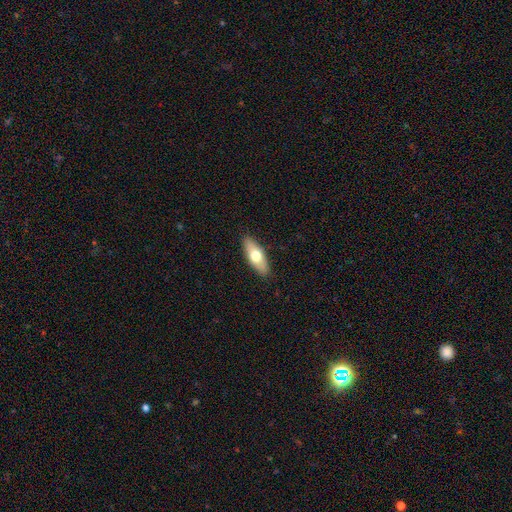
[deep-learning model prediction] Morphology: type=smooth (64%); roundness=in between (71%); merging=none (89%).